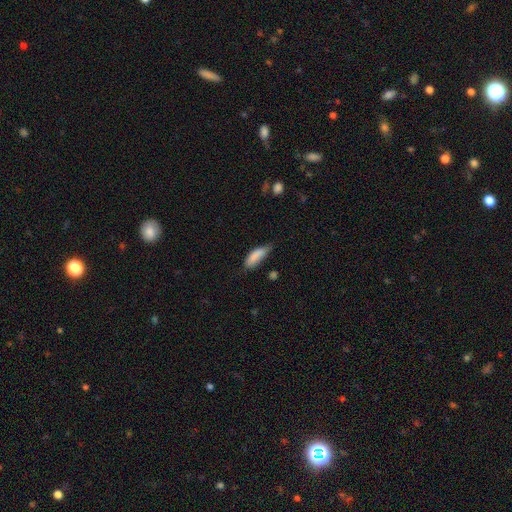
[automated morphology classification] A smooth galaxy with no disk features (85%) that is in between round and cigar-shaped (58%).

Vote fractions:
- Smooth or featured? smooth: 85% / featured or disk: 8% / star or artifact: 7%
- How rounded? in between: 58% / cigar-shaped: 40% / round: 2%
- Merging? none: 53% / minor disturbance: 37% / major disturbance: 8% / merger: 3%